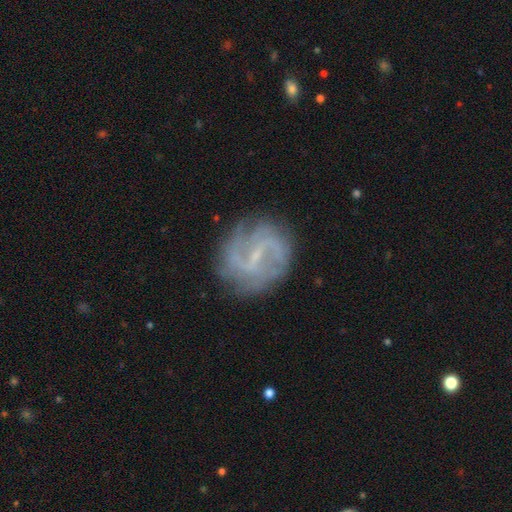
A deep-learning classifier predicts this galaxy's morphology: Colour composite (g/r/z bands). It shows a featured or disk galaxy (82%) with a weak bar (52%), 2 (65%) medium (42%) spiral arms (90%) and a small central bulge (69%). Merging: none (76%).